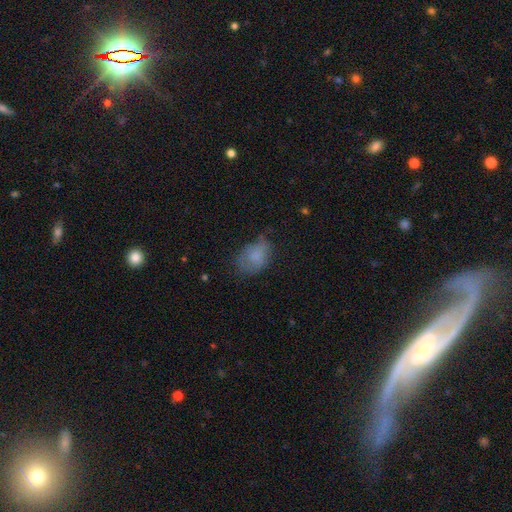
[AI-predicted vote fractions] Q: Smooth or featured?
A: smooth (75%); runner-up: featured or disk (15%)
Q: How rounded?
A: in between (78%); runner-up: round (21%)
Q: Merging?
A: none (49%); runner-up: minor disturbance (32%)